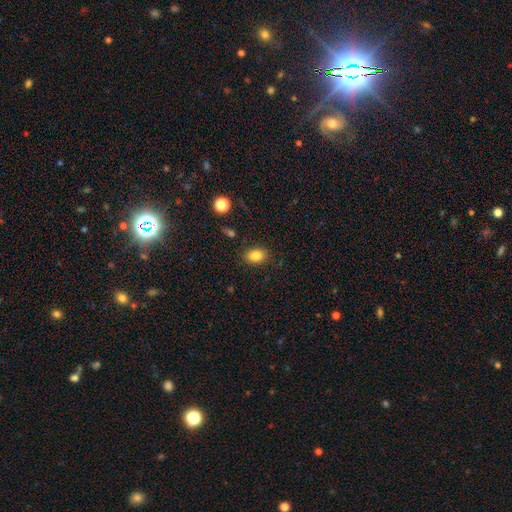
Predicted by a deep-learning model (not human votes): This appears to be a smooth galaxy with no disk features (84%) that is in between round and cigar-shaped (77%). Merging: none (85%).